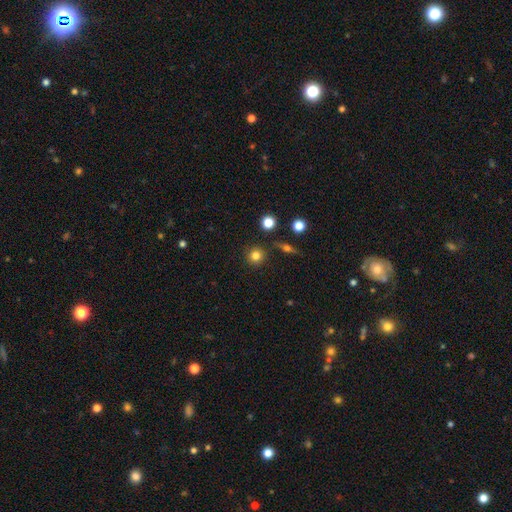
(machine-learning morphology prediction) Q: Smooth or featured?
A: smooth (81%); runner-up: star or artifact (12%)
Q: How rounded?
A: round (93%); runner-up: in between (6%)
Q: Merging?
A: none (87%); runner-up: minor disturbance (7%)